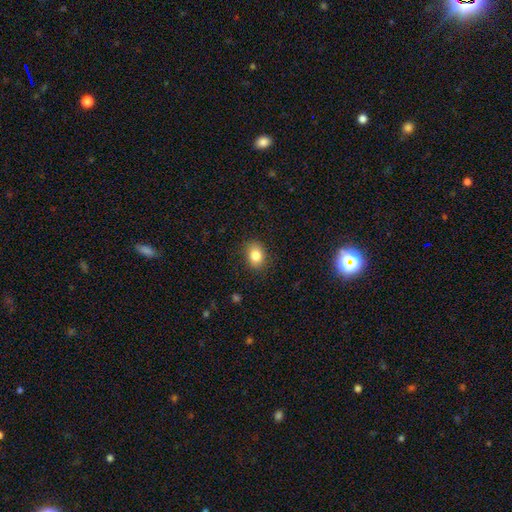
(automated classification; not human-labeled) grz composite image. It shows a smooth galaxy with no disk features (83%) that is in between round and cigar-shaped (57%). Merging: none (86%).